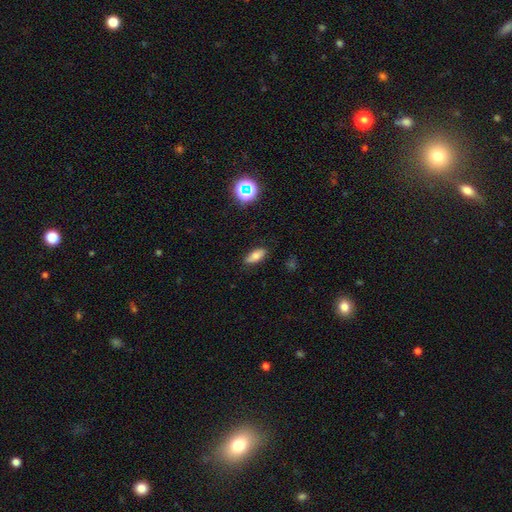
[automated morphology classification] The model was most divided on "smooth or featured": smooth: 71%, featured or disk: 17%, star or artifact: 11%. More confident: merging — none (86%); how rounded — in between (79%).